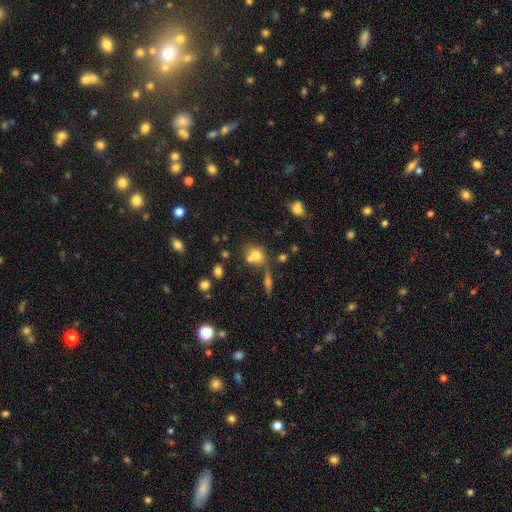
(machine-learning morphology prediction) Smooth or featured: smooth — 72% (featured or disk — 15%)
How rounded: round — 61% (in between — 37%)
Merging: none — 45% (merger — 36%)